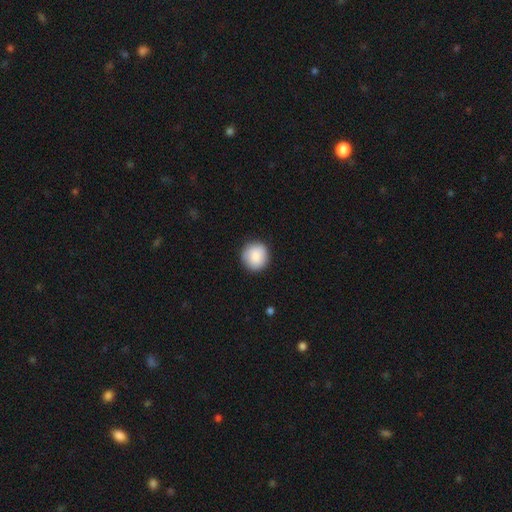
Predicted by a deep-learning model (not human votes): A smooth galaxy with no disk features (87%) that is round (93%).

Vote fractions:
- Smooth or featured? smooth: 87% / star or artifact: 7% / featured or disk: 6%
- How rounded? round: 93% / in between: 6% / cigar-shaped: 1%
- Merging? none: 89% / minor disturbance: 8% / major disturbance: 2% / merger: 1%